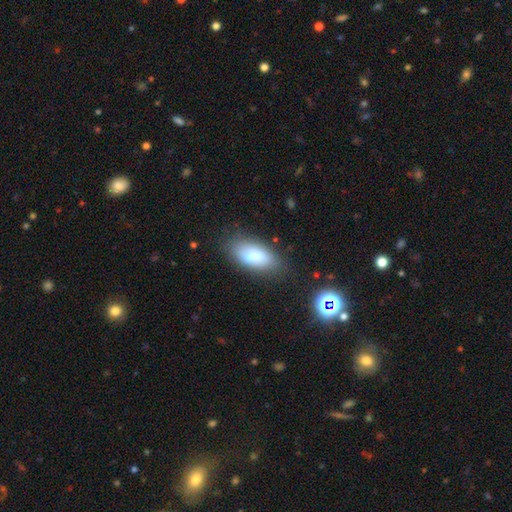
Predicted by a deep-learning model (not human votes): Smooth or featured?
  - smooth: 76% *
  - featured or disk: 15%
  - star or artifact: 9%
How rounded?
  - in between: 85% *
  - cigar-shaped: 13%
  - round: 3%
Merging?
  - none: 69% *
  - minor disturbance: 18%
  - merger: 7%
  - major disturbance: 6%